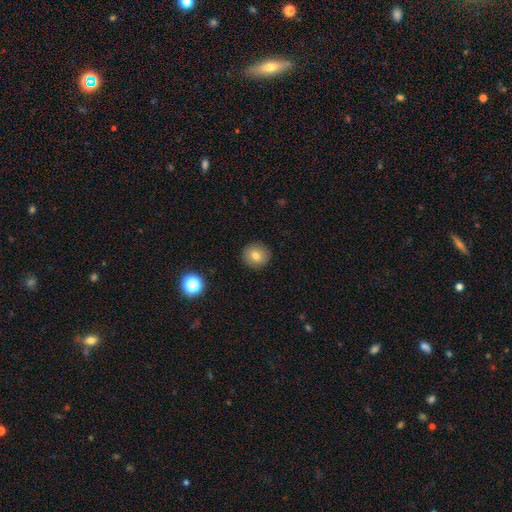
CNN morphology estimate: Smooth or featured? smooth (78%)
How rounded? round (90%)
Merging? none (91%)